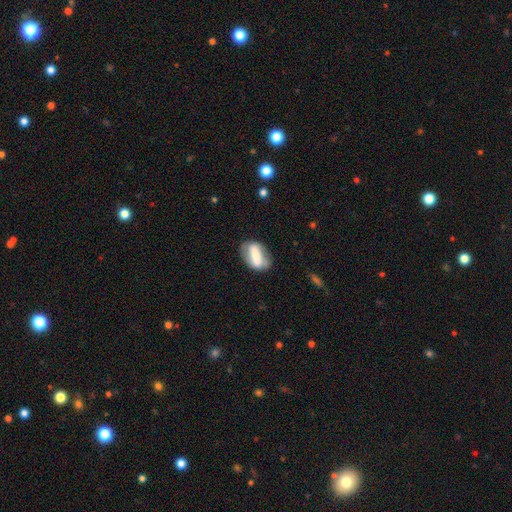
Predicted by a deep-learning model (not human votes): smooth_or_featured: featured or disk (p=0.48) [alt: smooth p=0.45]
merging: none (p=0.74) [alt: minor disturbance p=0.17]